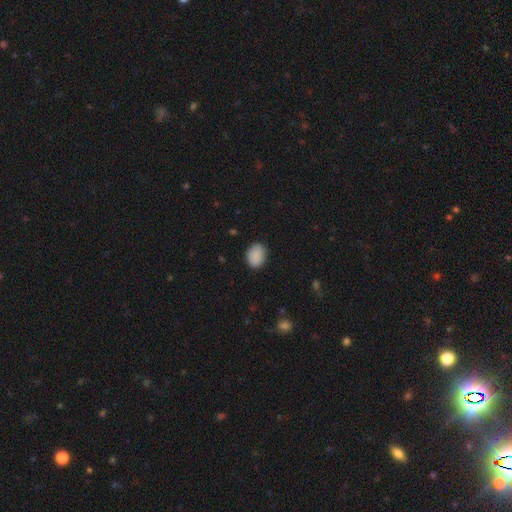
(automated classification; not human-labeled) smooth-or-featured: smooth: 90% | star or artifact: 7% | featured or disk: 3%
  how-rounded: in between: 70% | round: 29% | cigar-shaped: 1%
  merging: none: 86% | minor disturbance: 11% | major disturbance: 2% | merger: 1%